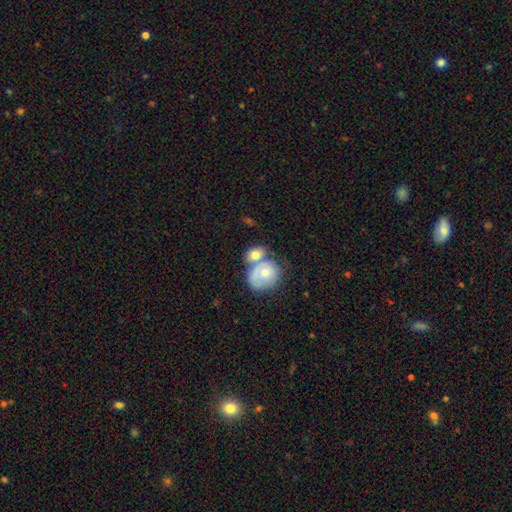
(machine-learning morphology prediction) smooth_or_featured: smooth (p=0.69) [alt: featured or disk p=0.24]
how_rounded: in between (p=0.53) [alt: round p=0.45]
merging: merger (p=0.51) [alt: none p=0.31]